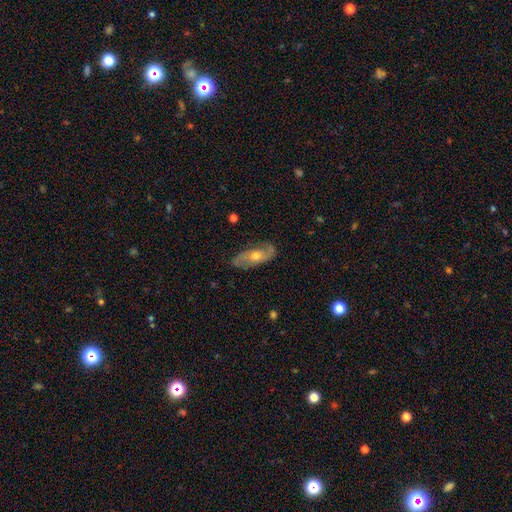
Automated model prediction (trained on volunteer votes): This appears to be a featured or disk galaxy (66%) with no bar (75%), spiral arms (80%) and a moderate central bulge (64%). Merging: none (79%).